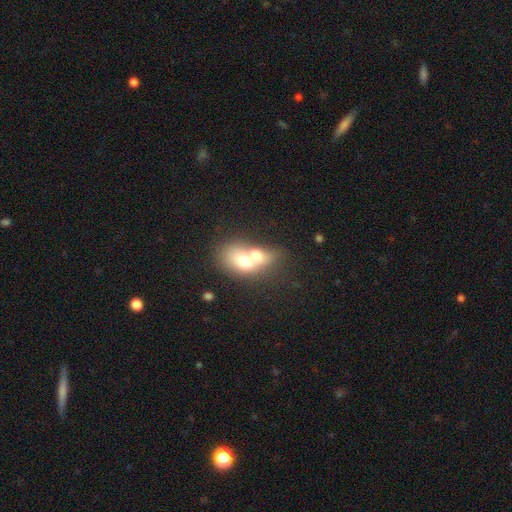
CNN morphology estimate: Smooth or featured? smooth (64%)
How rounded? in between (69%)
Merging? merger (75%)